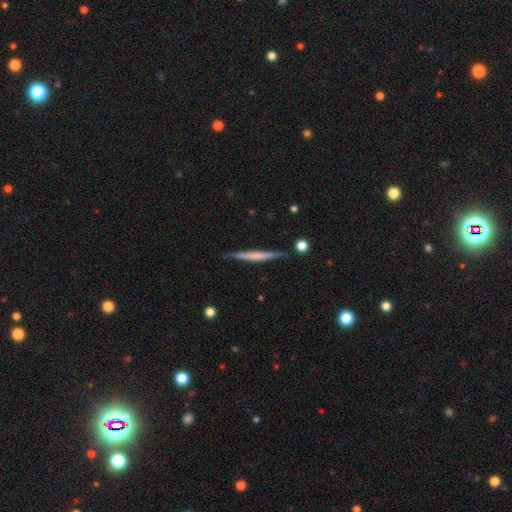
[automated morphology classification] A featured or disk galaxy (51%) viewed edge-on (97%).

Vote fractions:
- Smooth or featured? featured or disk: 51% / smooth: 44% / star or artifact: 5%
- Edge-on disk? yes: 97% / no: 3%
- Merging? none: 84% / minor disturbance: 11% / merger: 2% / major disturbance: 2%